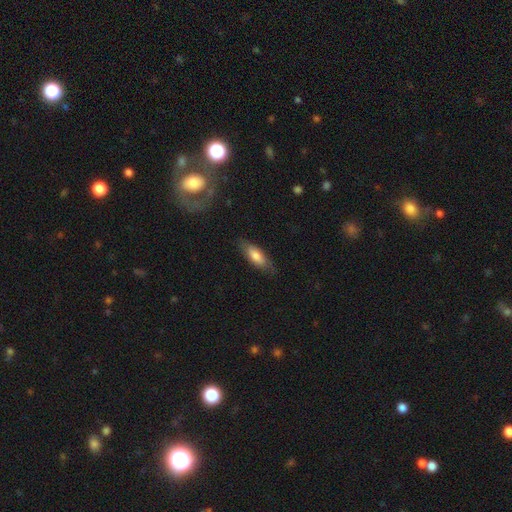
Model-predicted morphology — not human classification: A smooth galaxy with no disk features (73%) that is in between round and cigar-shaped (63%). Merging: none (78%).